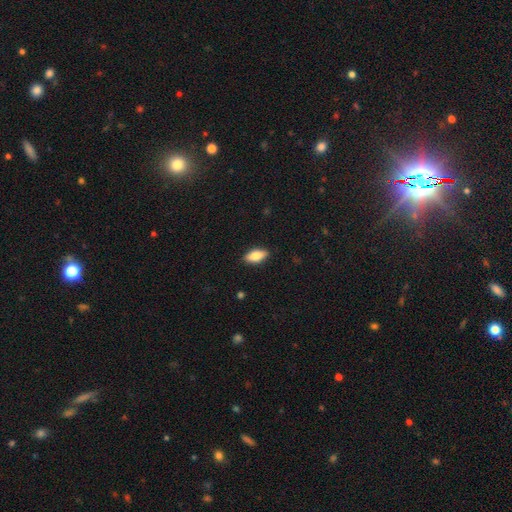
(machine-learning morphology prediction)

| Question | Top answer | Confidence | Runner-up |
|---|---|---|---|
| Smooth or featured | smooth | 75% | featured or disk (19%) |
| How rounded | in between | 82% | cigar-shaped (15%) |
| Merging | none | 88% | minor disturbance (9%) |